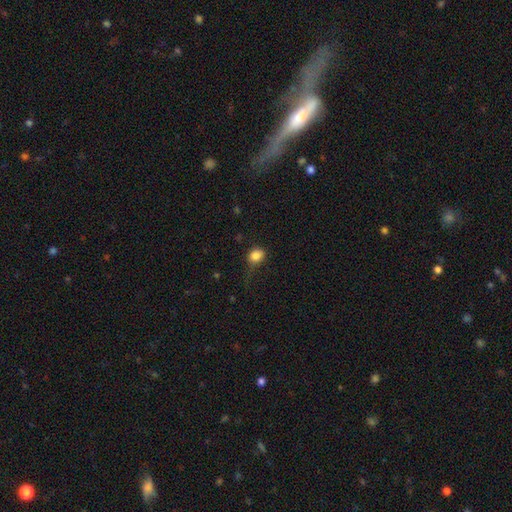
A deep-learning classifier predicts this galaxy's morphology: The model was most divided on "how rounded": round: 54%, in between: 45%, cigar-shaped: 1%. More confident: smooth or featured — smooth (84%); merging — none (52%).